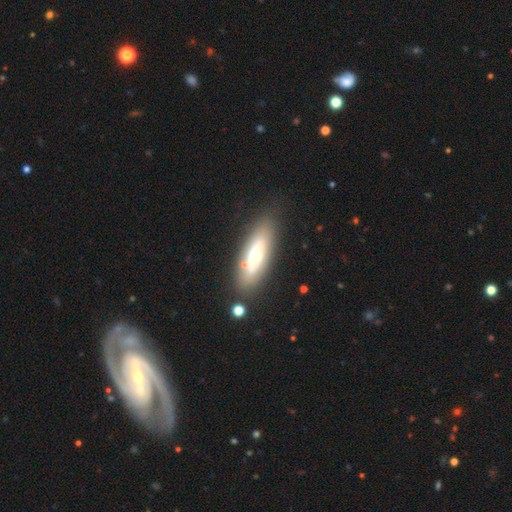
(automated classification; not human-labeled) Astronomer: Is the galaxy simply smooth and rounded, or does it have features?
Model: smooth — 48% (runner-up: featured or disk, 44%).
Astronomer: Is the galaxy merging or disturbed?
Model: none — 76%.